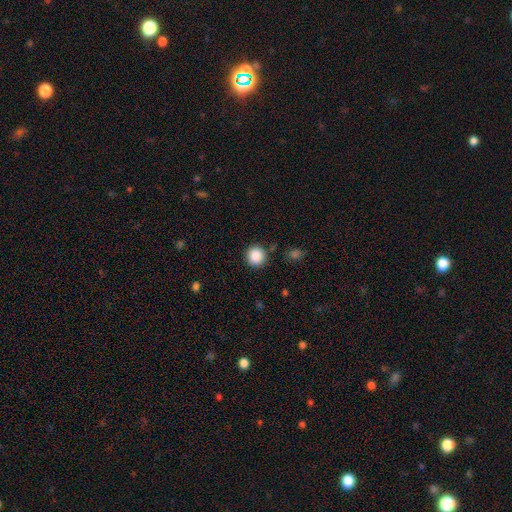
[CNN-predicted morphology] Smooth or featured?
  - smooth: 88% *
  - star or artifact: 9%
  - featured or disk: 3%
How rounded?
  - round: 94% *
  - in between: 5%
  - cigar-shaped: 1%
Merging?
  - none: 88% *
  - minor disturbance: 7%
  - major disturbance: 3%
  - merger: 2%